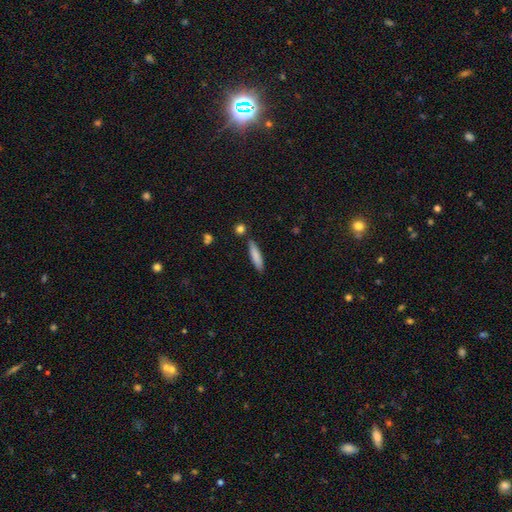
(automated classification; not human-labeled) Smooth or featured: smooth — 81% (featured or disk — 12%)
How rounded: cigar-shaped — 80% (in between — 18%)
Merging: none — 83% (minor disturbance — 11%)